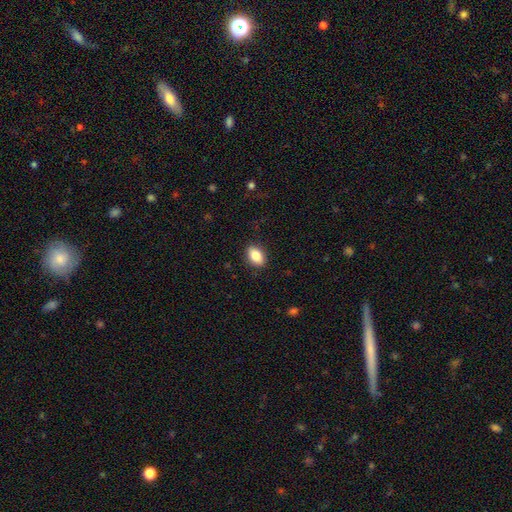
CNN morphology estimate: smooth 83%, featured or disk 10%, star or artifact 8%. Down the decision tree: how rounded — in between (85%); merging — none (88%).